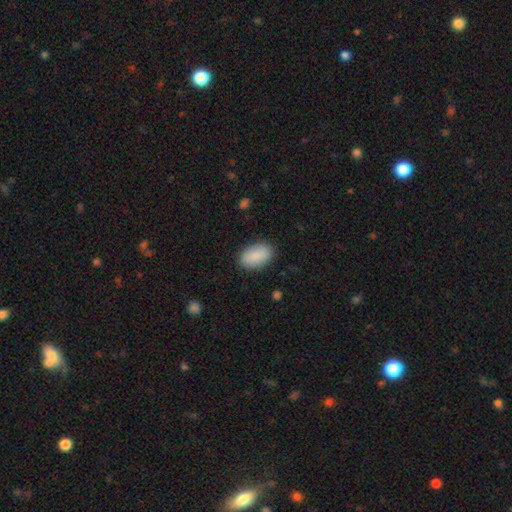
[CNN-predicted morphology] smooth_or_featured: smooth (p=0.90) [alt: star or artifact p=0.06]
how_rounded: in between (p=0.94) [alt: round p=0.04]
merging: none (p=0.87) [alt: minor disturbance p=0.10]